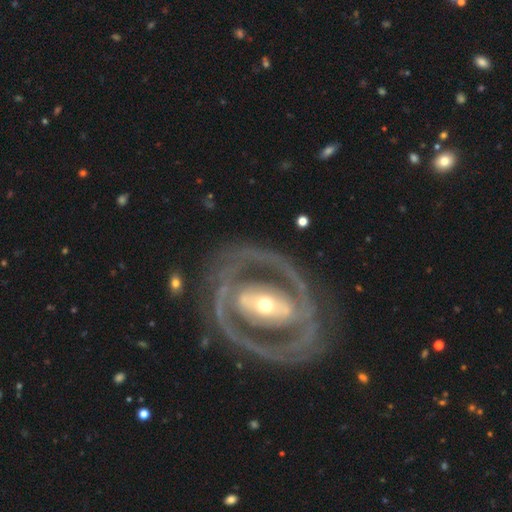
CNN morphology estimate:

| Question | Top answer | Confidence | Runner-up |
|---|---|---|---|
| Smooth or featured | featured or disk | 85% | smooth (11%) |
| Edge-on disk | no | 94% | yes (6%) |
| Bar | strong | 44% | no (31%) |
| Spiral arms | yes | 62% | no (38%) |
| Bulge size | moderate | 51% | small (38%) |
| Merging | none | 75% | minor disturbance (14%) |